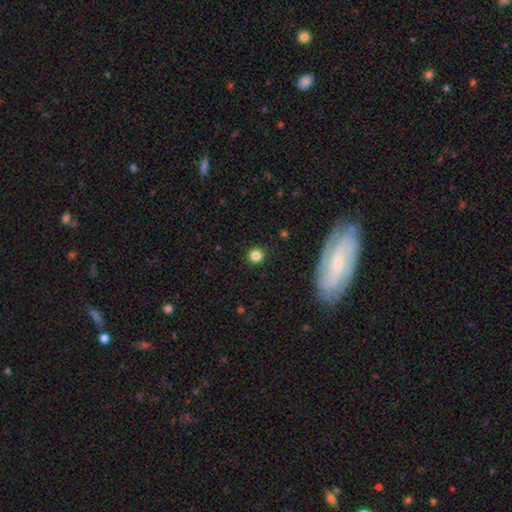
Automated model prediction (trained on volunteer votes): This is clearly a smooth galaxy (83%). How rounded: clearly round (91%). Merging: clearly none (91%).